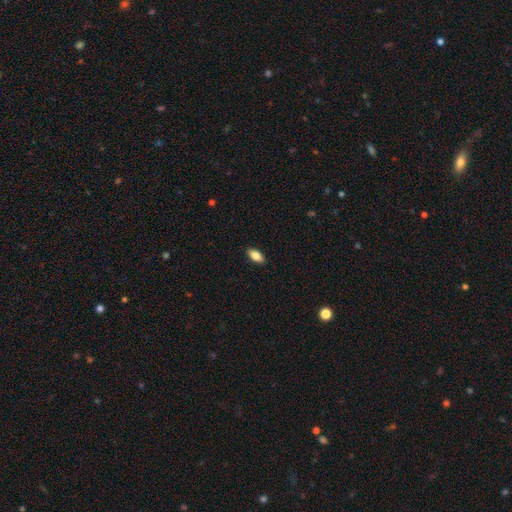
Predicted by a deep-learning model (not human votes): smooth-or-featured: smooth: 82% | featured or disk: 11% | star or artifact: 7%
  how-rounded: in between: 89% | cigar-shaped: 9% | round: 3%
  merging: none: 89% | minor disturbance: 8% | major disturbance: 2% | merger: 1%